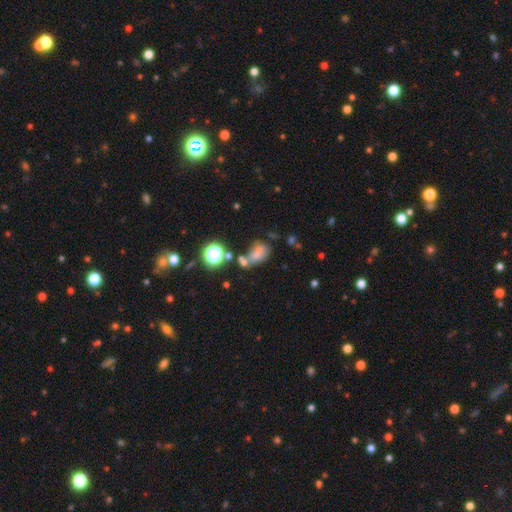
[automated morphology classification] A smooth galaxy with no disk features (55%) that is in between round and cigar-shaped (67%).

Vote fractions:
- Smooth or featured? smooth: 55% / star or artifact: 29% / featured or disk: 15%
- How rounded? in between: 67% / round: 30% / cigar-shaped: 3%
- Merging? none: 40% / merger: 25% / minor disturbance: 20% / major disturbance: 14%